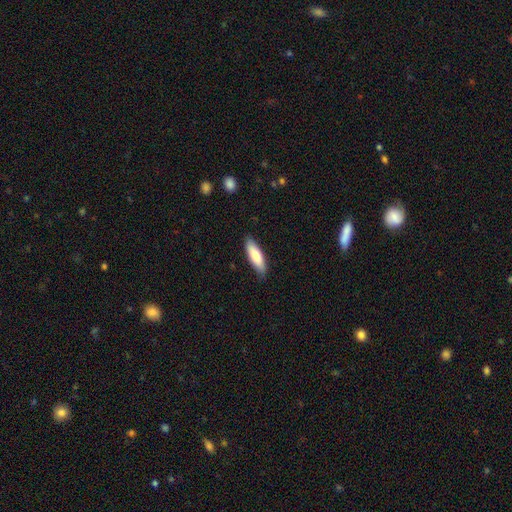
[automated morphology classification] Q: Smooth or featured?
A: smooth (79%); runner-up: featured or disk (15%)
Q: How rounded?
A: in between (50%); runner-up: cigar-shaped (48%)
Q: Merging?
A: none (86%); runner-up: minor disturbance (11%)